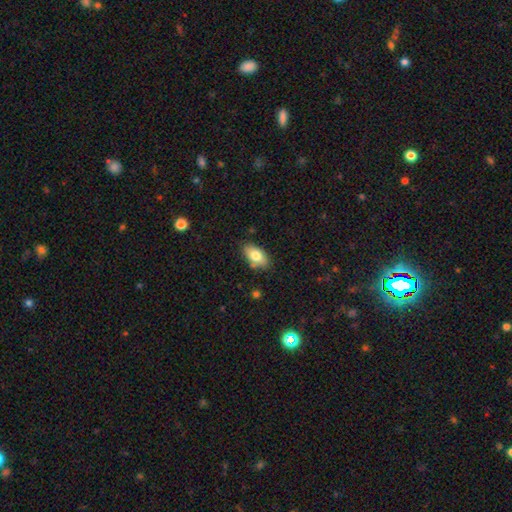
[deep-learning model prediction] The model was most divided on "smooth or featured": smooth: 77%, featured or disk: 15%, star or artifact: 7%. More confident: how rounded — in between (91%); merging — none (81%).